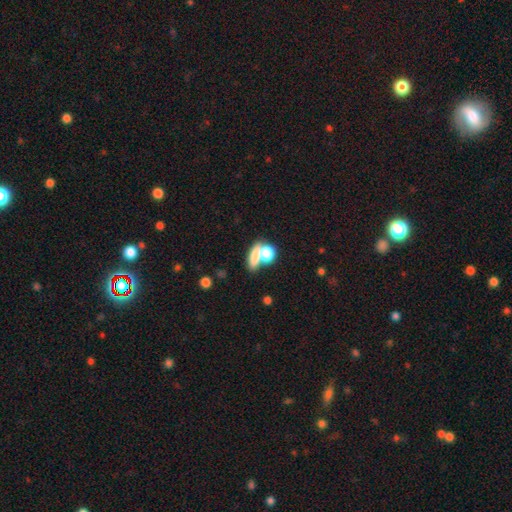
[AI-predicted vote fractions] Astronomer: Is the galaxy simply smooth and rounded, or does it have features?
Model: smooth — 73%.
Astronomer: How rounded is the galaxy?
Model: in between — 54%.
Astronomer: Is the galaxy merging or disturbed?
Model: merger — 46% (runner-up: none, 38%).